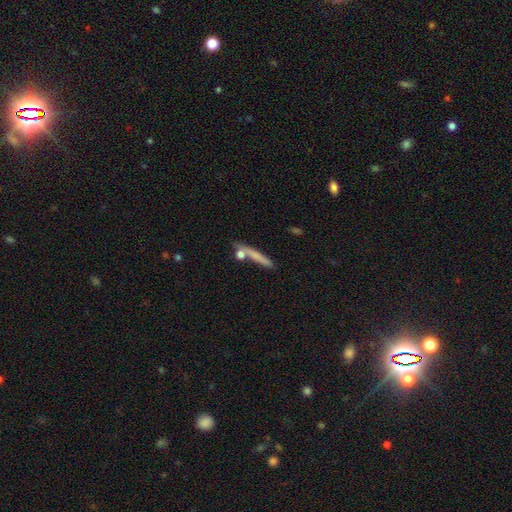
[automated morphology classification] smooth_or_featured: smooth (p=0.64) [alt: featured or disk p=0.27]
how_rounded: cigar-shaped (p=0.87) [alt: in between p=0.07]
merging: none (p=0.68) [alt: merger p=0.13]